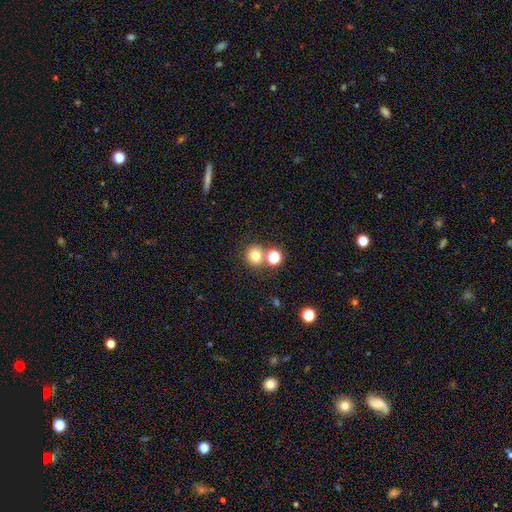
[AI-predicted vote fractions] smooth_or_featured: smooth (p=0.76) [alt: star or artifact p=0.16]
how_rounded: round (p=0.90) [alt: in between p=0.09]
merging: none (p=0.68) [alt: merger p=0.21]